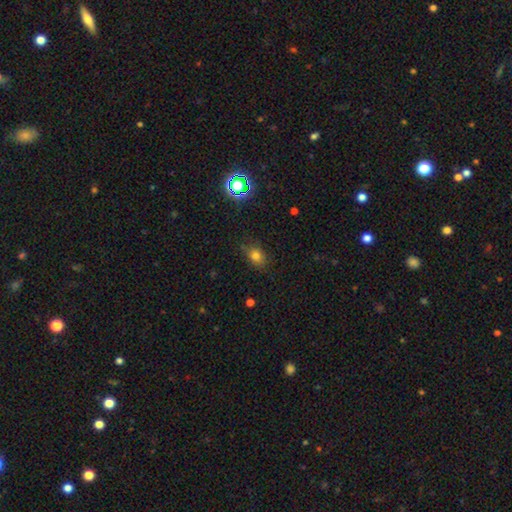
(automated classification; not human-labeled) This is likely a smooth galaxy (75%). How rounded: possibly in between (58%). Merging: likely none (77%).